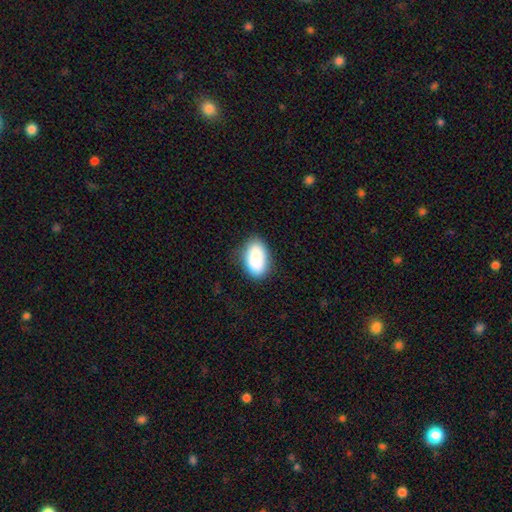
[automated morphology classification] The model was most divided on "merging": none: 72%, minor disturbance: 18%, merger: 6%, major disturbance: 4%. More confident: how rounded — in between (91%); smooth or featured — smooth (80%).